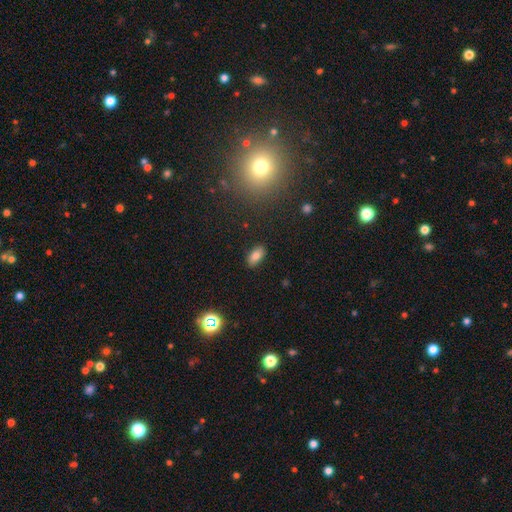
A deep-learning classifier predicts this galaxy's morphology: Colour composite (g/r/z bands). It shows a smooth galaxy with no disk features (81%) that is in between round and cigar-shaped (91%). Merging: none (88%).